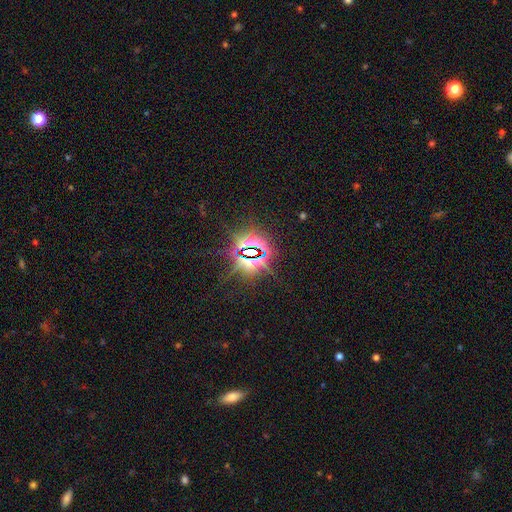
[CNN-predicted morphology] A star or artifact, not a galaxy (85%).

Vote fractions:
- Smooth or featured? star or artifact: 85% / smooth: 8% / featured or disk: 7%